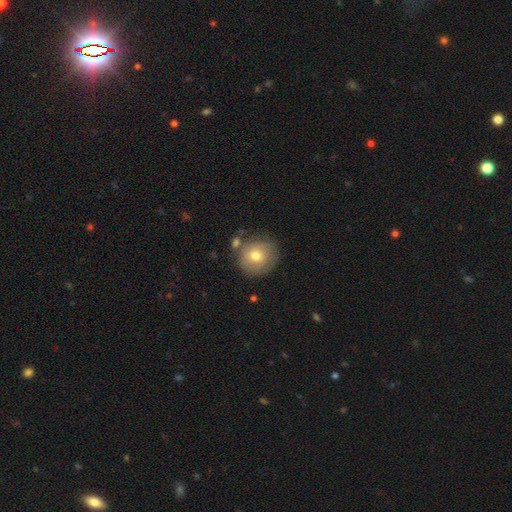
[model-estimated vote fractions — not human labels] smooth 74%, featured or disk 18%, star or artifact 8%. Down the decision tree: how rounded — round (88%); merging — none (74%).